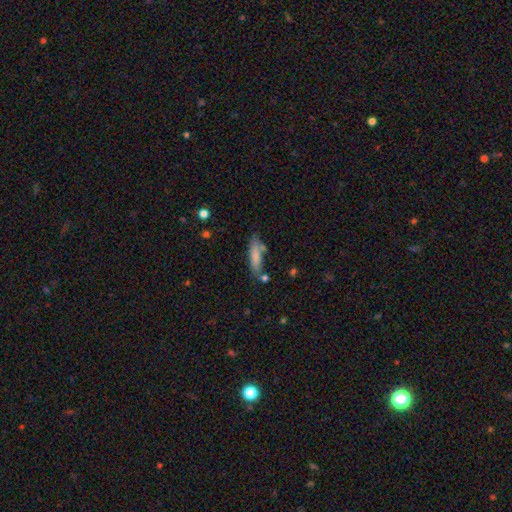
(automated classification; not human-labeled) Smooth or featured? smooth (79%)
How rounded? cigar-shaped (67%)
Merging? none (68%)